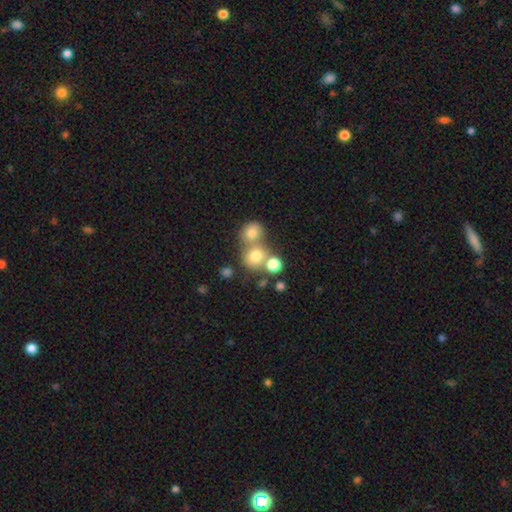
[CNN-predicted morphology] Q: Smooth or featured?
A: smooth (74%); runner-up: star or artifact (15%)
Q: How rounded?
A: round (80%); runner-up: in between (19%)
Q: Merging?
A: none (45%); runner-up: merger (43%)